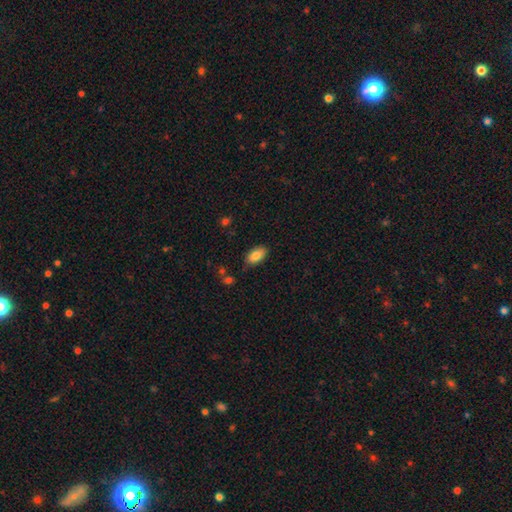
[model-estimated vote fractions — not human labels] The model was most divided on "merging": none: 80%, minor disturbance: 15%, major disturbance: 3%, merger: 2%. More confident: how rounded — in between (93%); smooth or featured — smooth (85%).